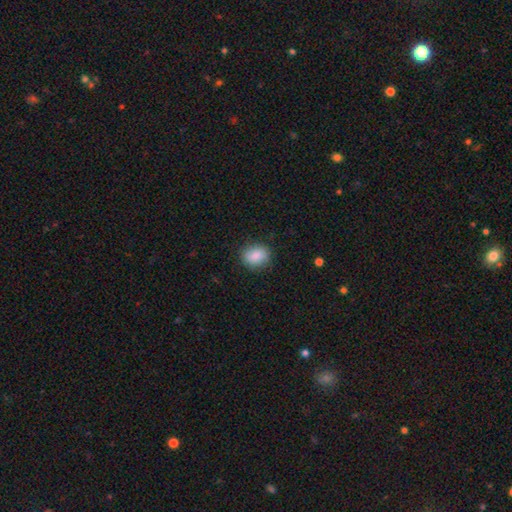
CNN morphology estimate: Smooth or featured? Predicted: smooth (p=0.87). How rounded? Predicted: in between (p=0.50). Merging? Predicted: none (p=0.85).